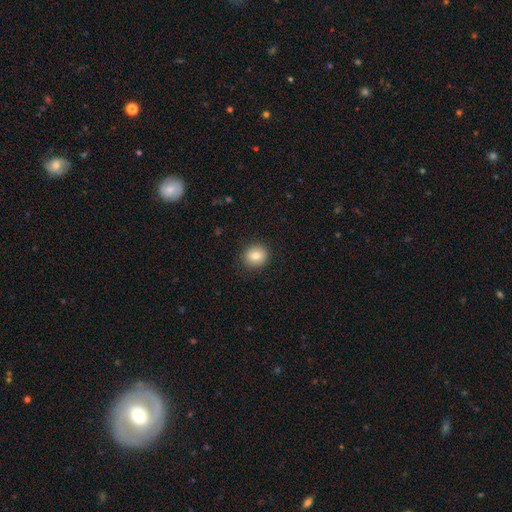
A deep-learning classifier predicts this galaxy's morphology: Overall: smooth (81%). How rounded: round (80%). Merging: none (89%).